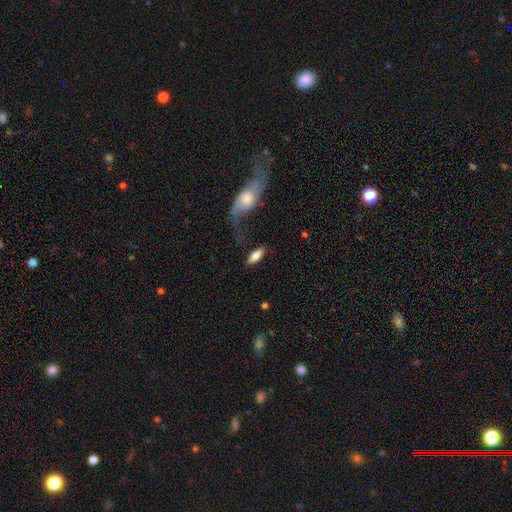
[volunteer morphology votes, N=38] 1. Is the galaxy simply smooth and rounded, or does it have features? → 87% smooth, 11% featured or disk, 3% star or artifact.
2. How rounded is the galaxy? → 94% in between, 3% round, 3% cigar-shaped.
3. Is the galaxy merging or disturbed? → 65% none, 14% major disturbance, 11% minor disturbance, 11% merger.